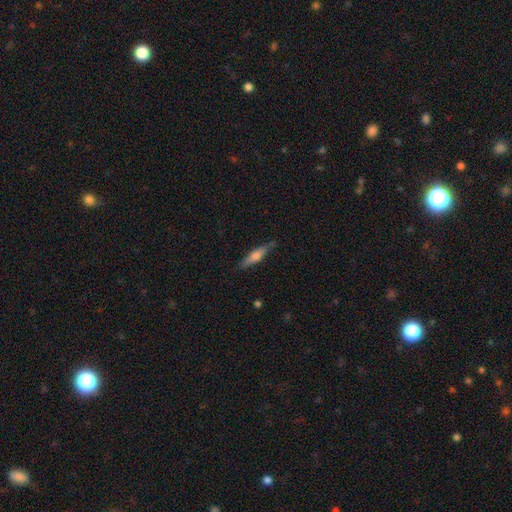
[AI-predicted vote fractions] Morphology: type=featured or disk (47%, tied with smooth); merging=none (82%).